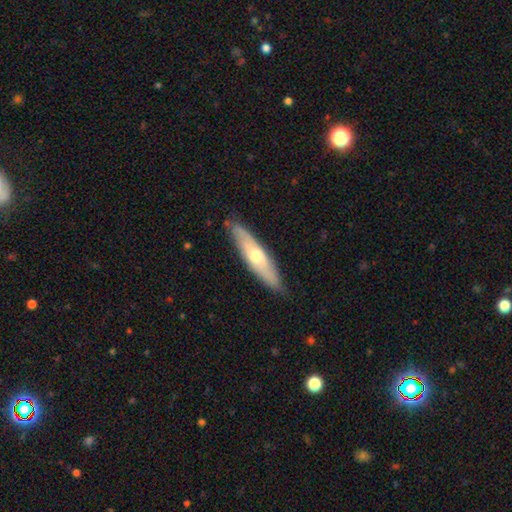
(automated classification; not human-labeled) Morphology: type=featured or disk (53%); edge-on=yes (62%); merging=none (84%).